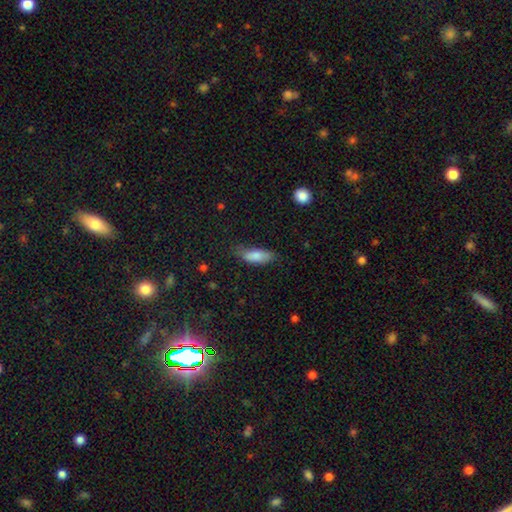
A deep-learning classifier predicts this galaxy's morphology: type=smooth (82%); roundness=in between (72%); merging=none (64%).